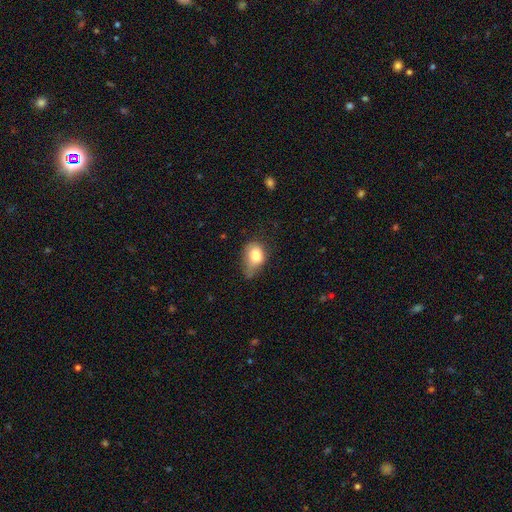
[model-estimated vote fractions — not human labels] Morphology: type=smooth (76%); roundness=in between (74%); merging=minor disturbance (41%).